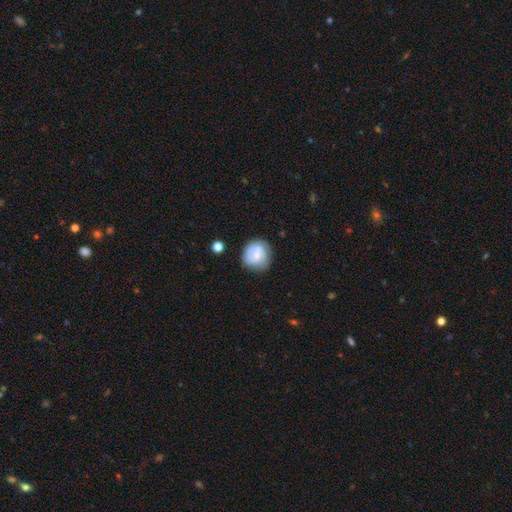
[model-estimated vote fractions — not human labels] This appears to be a smooth galaxy with no disk features (49%). Merging: none (61%).